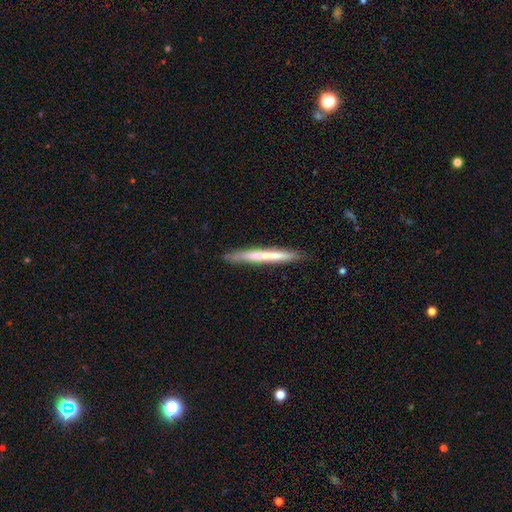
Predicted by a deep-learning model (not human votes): smooth 57%, featured or disk 37%, star or artifact 6%. Down the decision tree: how rounded — cigar-shaped (97%); merging — none (86%).